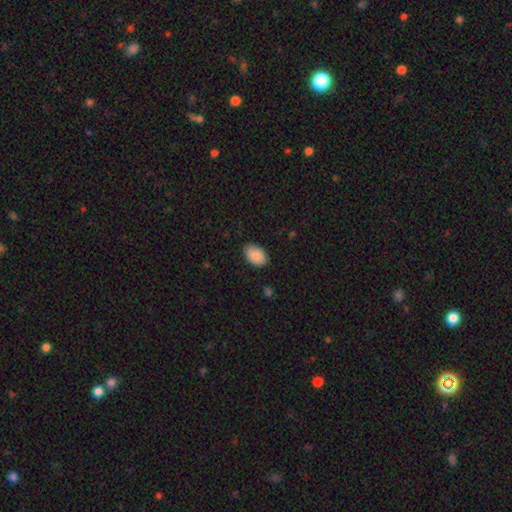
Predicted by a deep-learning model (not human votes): Morphology: type=smooth (89%); roundness=in between (90%); merging=none (86%).